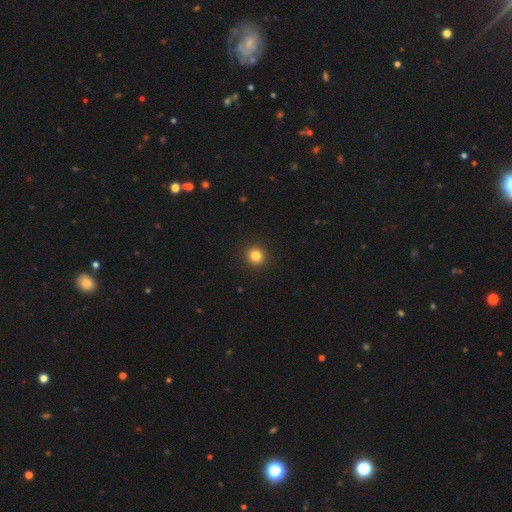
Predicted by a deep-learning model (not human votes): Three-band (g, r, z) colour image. It shows a smooth galaxy with no disk features (83%) that is round (90%). Merging: none (93%).